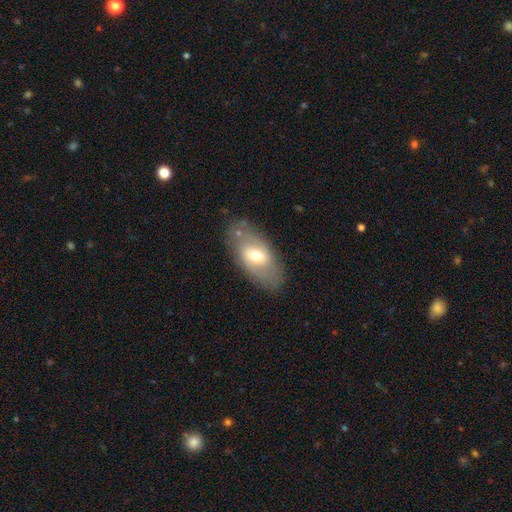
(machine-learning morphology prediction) This appears to be a smooth galaxy with no disk features (47%). Merging: none (79%).